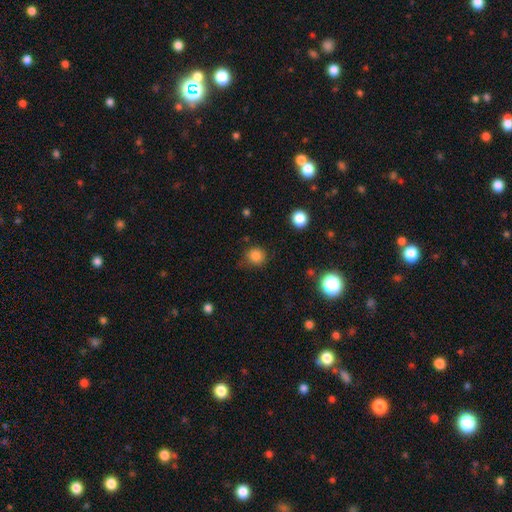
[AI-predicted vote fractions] smooth_or_featured: smooth (p=0.83) [alt: star or artifact p=0.13]
how_rounded: round (p=0.90) [alt: in between p=0.10]
merging: none (p=0.78) [alt: minor disturbance p=0.16]